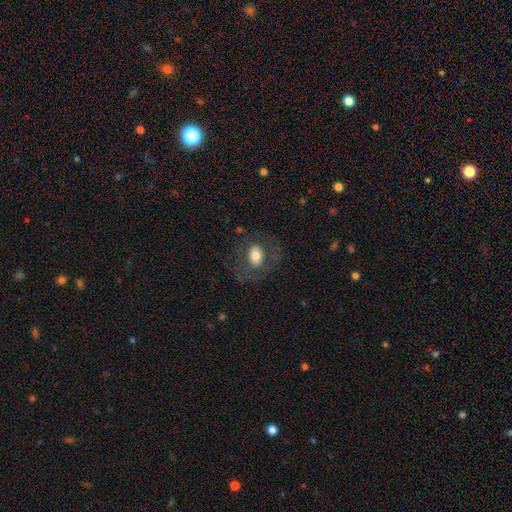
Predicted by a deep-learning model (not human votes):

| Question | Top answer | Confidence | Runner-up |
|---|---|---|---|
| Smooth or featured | smooth | 63% | featured or disk (28%) |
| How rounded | in between | 68% | round (30%) |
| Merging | none | 67% | major disturbance (16%) |